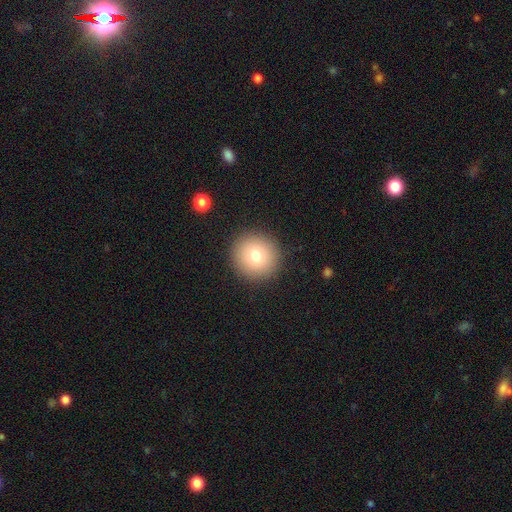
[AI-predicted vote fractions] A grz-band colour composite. It shows a smooth galaxy with no disk features (76%) that is round (95%). Merging: none (91%).